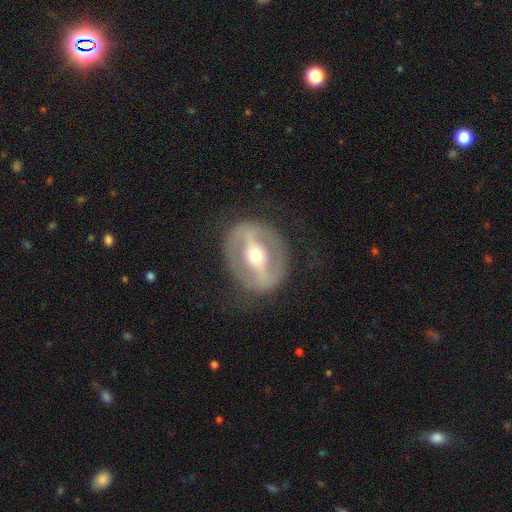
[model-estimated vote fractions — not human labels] This is likely a featured or disk galaxy (79%). It is clearly not viewed edge-on (88%). Bar: likely strong (76%). Spiral arm pattern: likely no (69%). Central bulge: possibly moderate (58%). Merging: clearly none (80%).